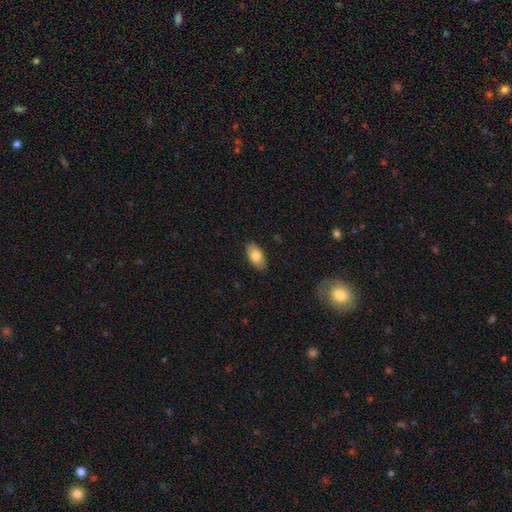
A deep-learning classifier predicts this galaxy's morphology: smooth 78%, featured or disk 15%, star or artifact 6%. Down the decision tree: how rounded — in between (93%); merging — none (87%).